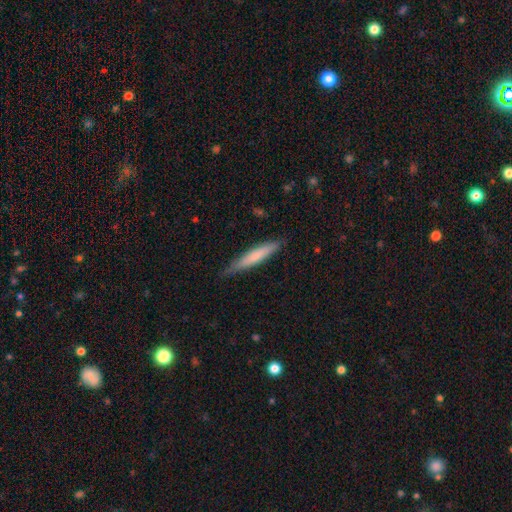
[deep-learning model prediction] A smooth galaxy with no disk features (69%) that is cigar-shaped (93%). Merging: none (78%).